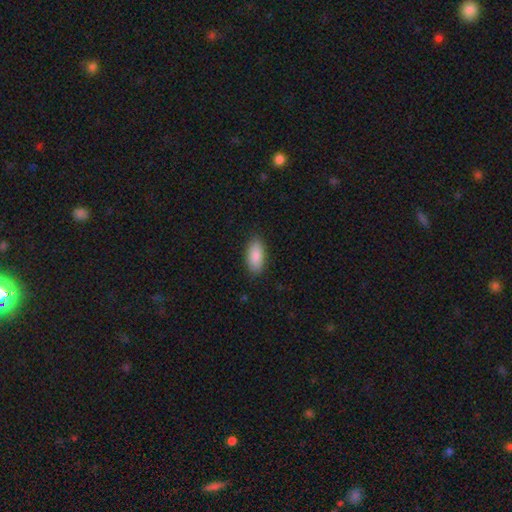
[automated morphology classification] Smooth or featured? Predicted: smooth (p=0.88). How rounded? Predicted: in between (p=0.92). Merging? Predicted: none (p=0.87).